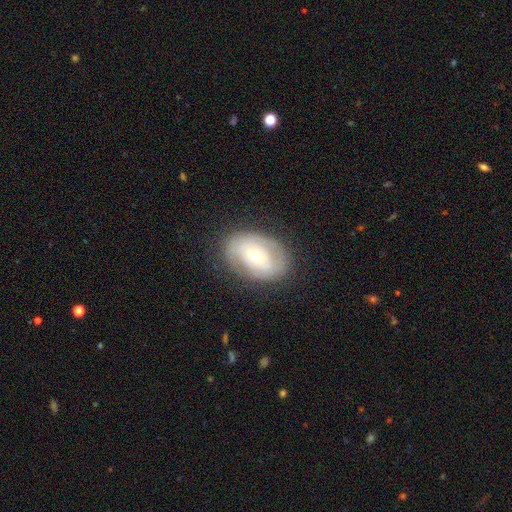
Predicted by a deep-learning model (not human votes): Smooth or featured: featured or disk — 53% (smooth — 39%)
Edge-on disk: no — 93% (yes — 7%)
Merging: none — 78% (minor disturbance — 15%)